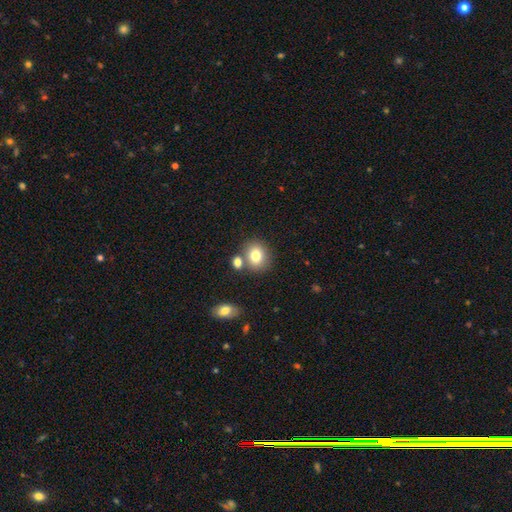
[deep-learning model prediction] smooth_or_featured: smooth (p=0.79) [alt: featured or disk p=0.11]
how_rounded: round (p=0.66) [alt: in between p=0.34]
merging: none (p=0.67) [alt: merger p=0.19]